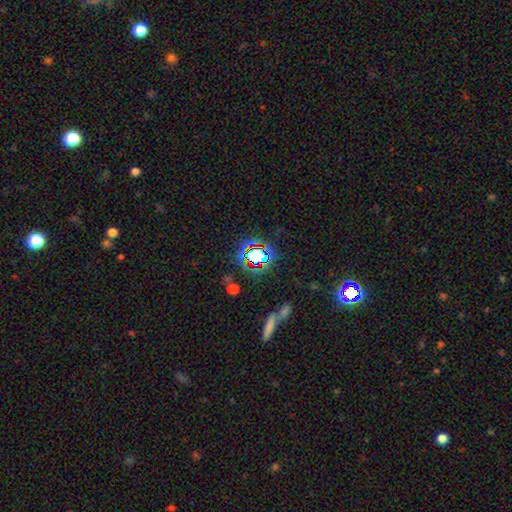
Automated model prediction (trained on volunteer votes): smooth_or_featured: star or artifact (p=0.65) [alt: smooth p=0.24]